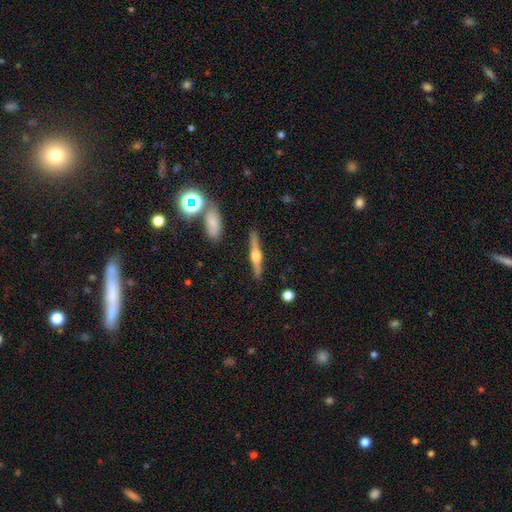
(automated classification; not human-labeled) A featured or disk galaxy (75%) viewed edge-on (98%) with a rounded central bulge (93%).

Vote fractions:
- Smooth or featured? featured or disk: 75% / smooth: 19% / star or artifact: 6%
- Edge-on disk? yes: 98% / no: 2%
- Edge-on bulge? rounded: 93% / boxy: 5% / none: 2%
- Merging? none: 89% / minor disturbance: 7% / merger: 2% / major disturbance: 2%